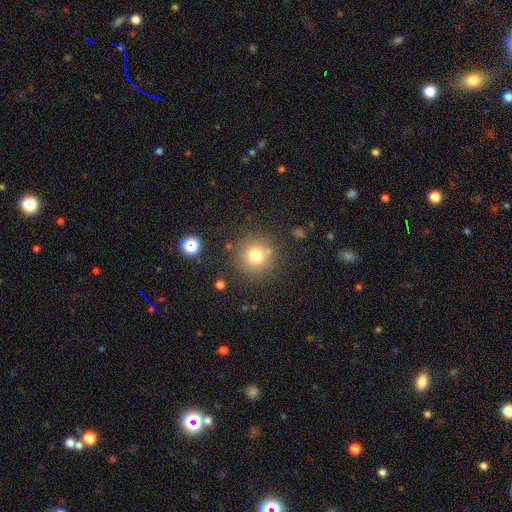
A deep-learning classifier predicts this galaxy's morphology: A smooth galaxy with no disk features (76%) that is round (94%).

Vote fractions:
- Smooth or featured? smooth: 76% / star or artifact: 14% / featured or disk: 10%
- How rounded? round: 94% / in between: 5% / cigar-shaped: 1%
- Merging? none: 82% / minor disturbance: 9% / merger: 5% / major disturbance: 4%